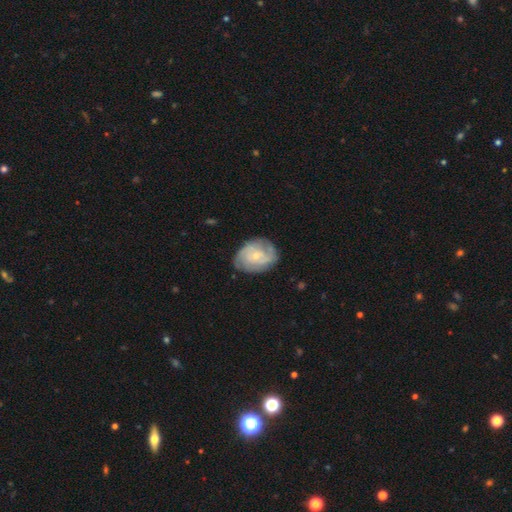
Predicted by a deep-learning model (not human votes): Smooth or featured? Predicted: featured or disk (p=0.74). Edge-on disk? Predicted: no (p=0.97). Bar? Predicted: no (p=0.70). Spiral arms? Predicted: yes (p=0.90). Spiral winding? Predicted: tight (p=0.53). Spiral arm count? Predicted: 2 (p=0.36). Bulge size? Predicted: small (p=0.65). Merging? Predicted: none (p=0.74).